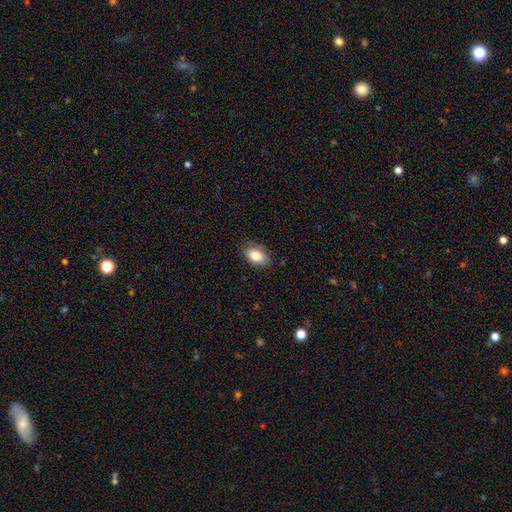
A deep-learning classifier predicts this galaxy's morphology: type=smooth (82%); roundness=in between (89%); merging=none (79%).